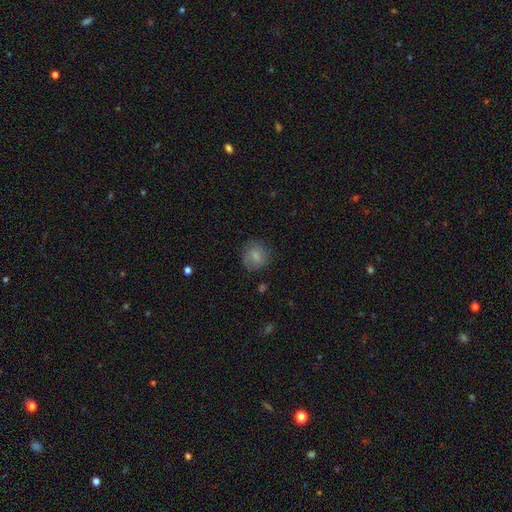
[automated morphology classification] smooth 77%, featured or disk 15%, star or artifact 8%. Down the decision tree: how rounded — round (81%); merging — none (74%).